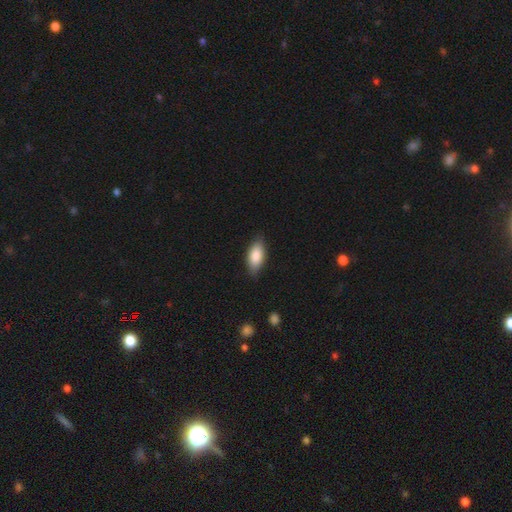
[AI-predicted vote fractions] Morphology: type=smooth (85%); roundness=in between (88%); merging=none (82%).